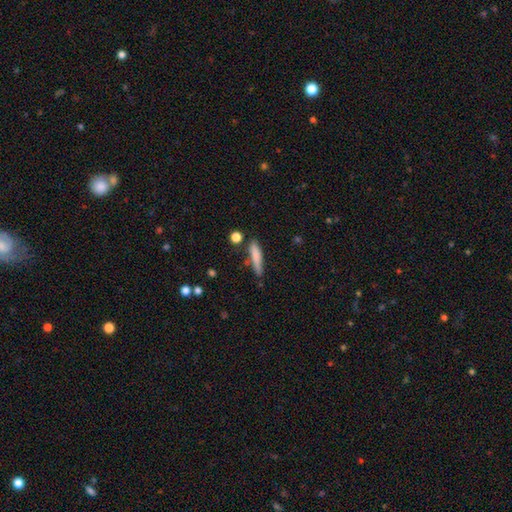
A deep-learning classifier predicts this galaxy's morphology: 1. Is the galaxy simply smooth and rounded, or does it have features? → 78% smooth, 15% featured or disk, 7% star or artifact.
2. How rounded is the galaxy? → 86% cigar-shaped, 12% in between, 2% round.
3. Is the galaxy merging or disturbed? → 70% none, 19% minor disturbance, 6% merger, 4% major disturbance.